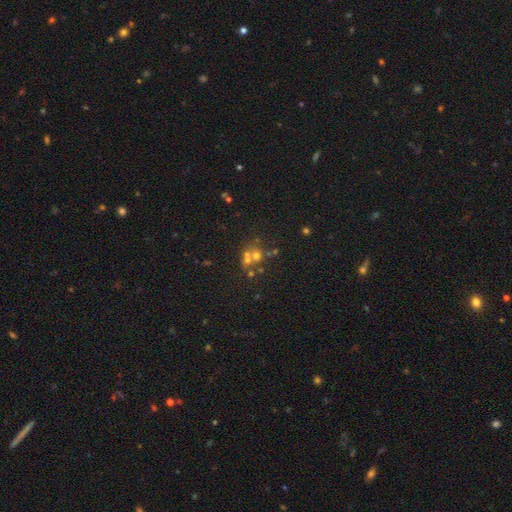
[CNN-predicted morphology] Smooth or featured? smooth (46%)
Merging? merger (44%)